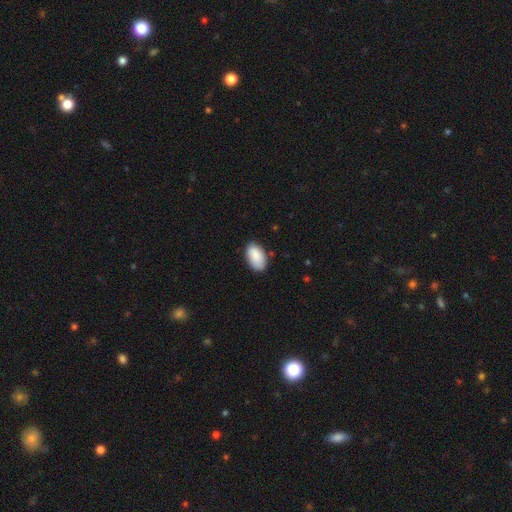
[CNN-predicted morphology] smooth 89%, star or artifact 6%, featured or disk 5%. Down the decision tree: how rounded — in between (95%); merging — none (81%).